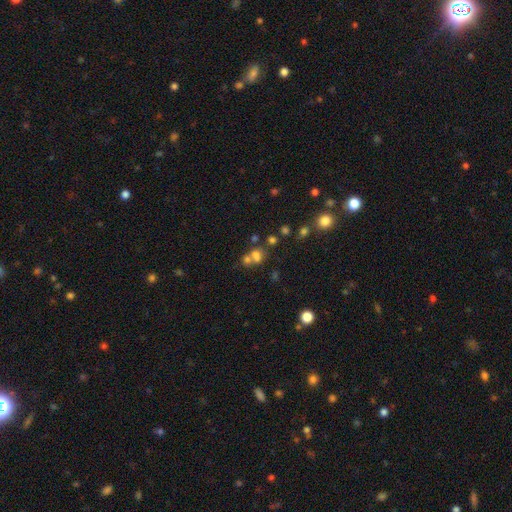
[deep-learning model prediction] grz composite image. It shows a smooth galaxy with no disk features (62%) that is round (59%). Merging: merger (52%).